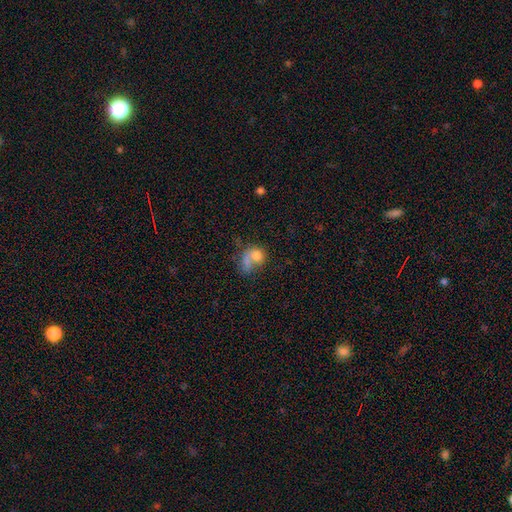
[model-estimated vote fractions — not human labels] Smooth or featured: smooth — 71% (featured or disk — 19%)
How rounded: in between — 50% (round — 49%)
Merging: merger — 46% (none — 24%)